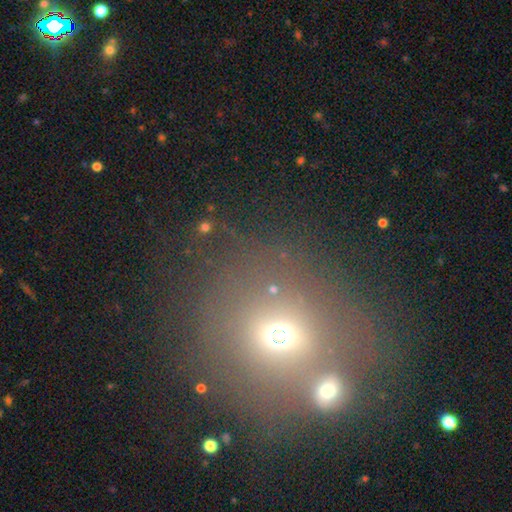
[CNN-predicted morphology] The model was most divided on "smooth or featured": smooth: 53%, star or artifact: 32%, featured or disk: 15%. More confident: how rounded — round (75%); merging — none (56%).